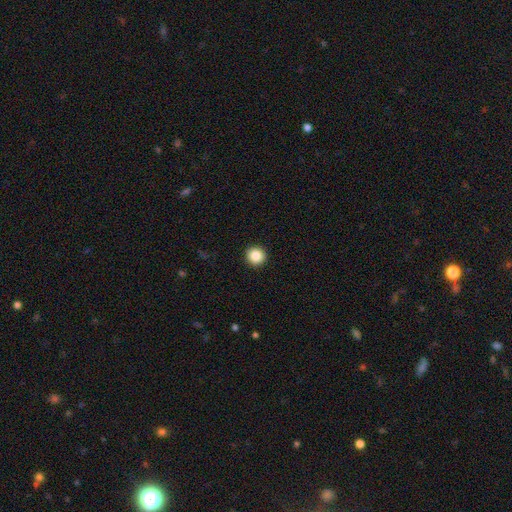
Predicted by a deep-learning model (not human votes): Smooth or featured? smooth (86%)
How rounded? round (95%)
Merging? none (94%)